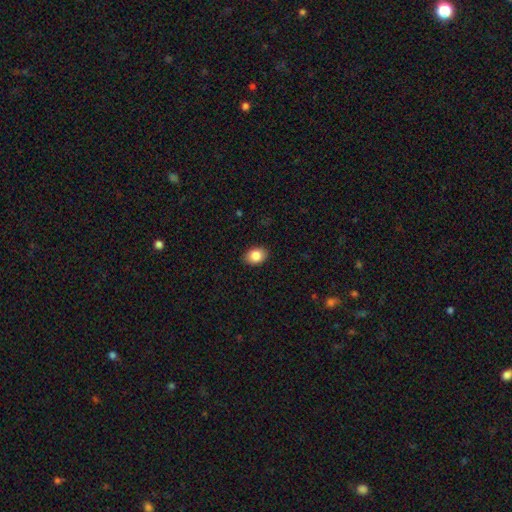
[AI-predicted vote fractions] Smooth or featured? smooth (86%)
How rounded? in between (72%)
Merging? none (88%)